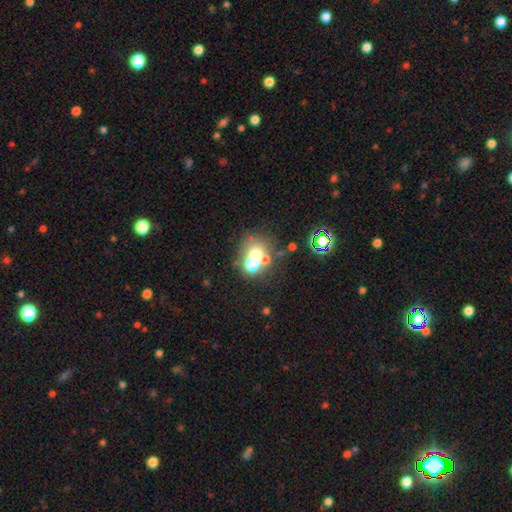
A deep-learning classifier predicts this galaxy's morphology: smooth-or-featured: smooth: 56% | featured or disk: 25% | star or artifact: 19%
  how-rounded: round: 76% | in between: 23% | cigar-shaped: 1%
  merging: merger: 48% | none: 40% | minor disturbance: 7% | major disturbance: 5%